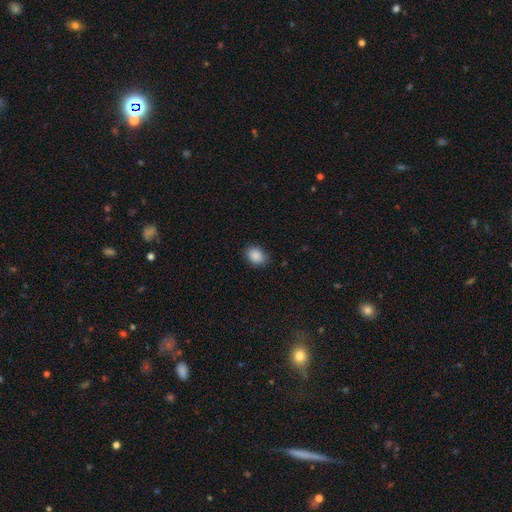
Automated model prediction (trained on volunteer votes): The model was most divided on "how rounded": in between: 73%, round: 26%, cigar-shaped: 1%. More confident: smooth or featured — smooth (89%); merging — none (85%).